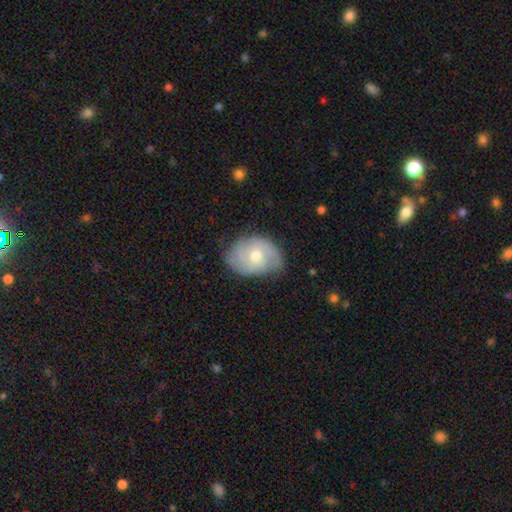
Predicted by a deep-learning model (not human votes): Smooth or featured?
  - featured or disk: 55% *
  - smooth: 39%
  - star or artifact: 7%
Edge-on disk?
  - no: 95% *
  - yes: 5%
Bar?
  - no: 76% *
  - weak: 21%
  - strong: 3%
Spiral arms?
  - yes: 78% *
  - no: 22%
Bulge size?
  - moderate: 65% *
  - small: 30%
  - large: 3%
  - none: 1%
  - dominant: 1%
Merging?
  - none: 65% *
  - minor disturbance: 28%
  - major disturbance: 6%
  - merger: 1%